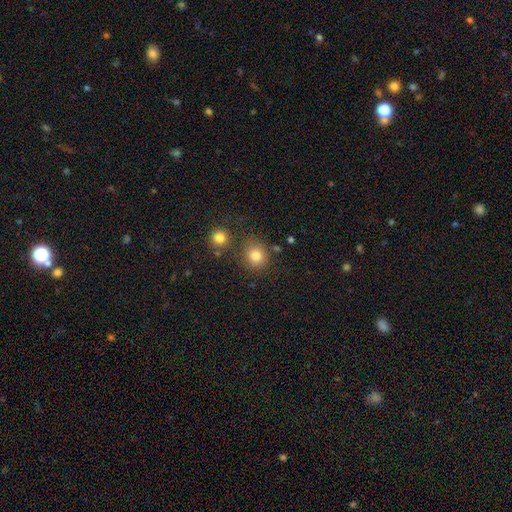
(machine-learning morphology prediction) Q: Smooth or featured?
A: smooth (82%); runner-up: star or artifact (12%)
Q: How rounded?
A: round (83%); runner-up: in between (16%)
Q: Merging?
A: none (76%); runner-up: minor disturbance (11%)